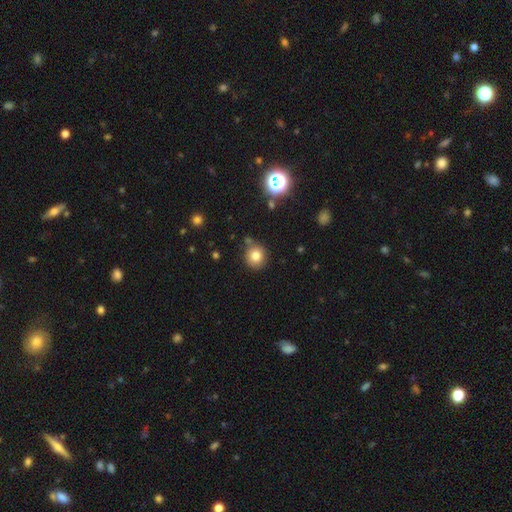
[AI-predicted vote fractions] The model was most divided on "smooth or featured": smooth: 78%, star or artifact: 13%, featured or disk: 8%. More confident: how rounded — round (88%); merging — none (79%).